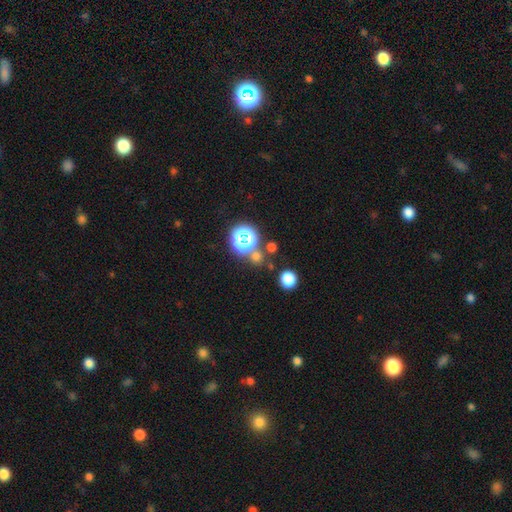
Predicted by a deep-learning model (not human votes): A smooth galaxy with no disk features (56%) that is round (88%).

Vote fractions:
- Smooth or featured? smooth: 56% / star or artifact: 37% / featured or disk: 7%
- How rounded? round: 88% / in between: 11% / cigar-shaped: 1%
- Merging? none: 69% / merger: 18% / minor disturbance: 8% / major disturbance: 5%